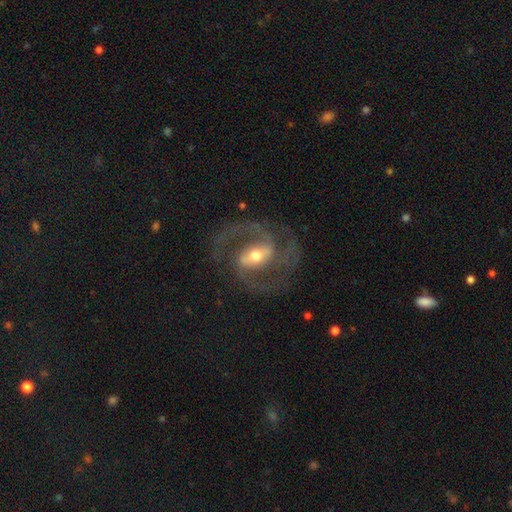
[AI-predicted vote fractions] Smooth or featured? featured or disk (91%)
Edge-on disk? no (97%)
Bar? strong (49%)
Spiral arms? yes (97%)
Spiral winding? medium (63%)
Spiral arm count? 2 (83%)
Bulge size? moderate (63%)
Merging? none (76%)